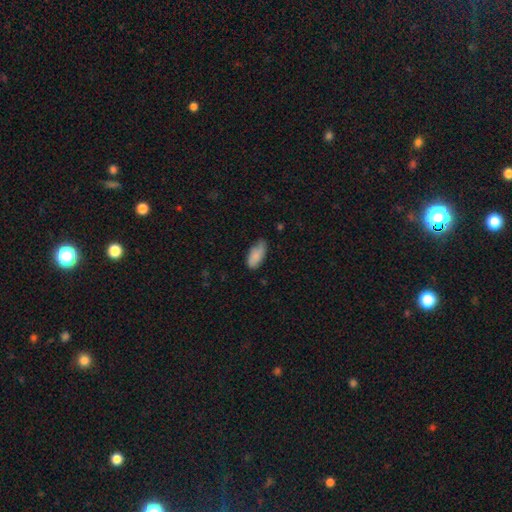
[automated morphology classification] Q: Smooth or featured?
A: smooth (84%); runner-up: featured or disk (10%)
Q: How rounded?
A: in between (89%); runner-up: cigar-shaped (9%)
Q: Merging?
A: none (55%); runner-up: minor disturbance (37%)